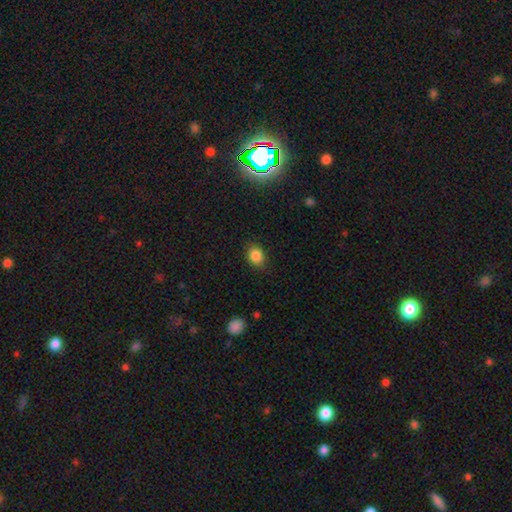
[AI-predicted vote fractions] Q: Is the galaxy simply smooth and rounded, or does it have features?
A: smooth — 85%.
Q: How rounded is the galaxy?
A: round — 52%.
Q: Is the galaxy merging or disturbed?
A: none — 83%.